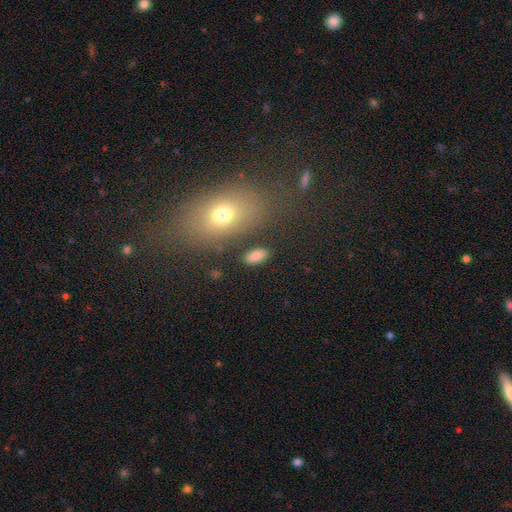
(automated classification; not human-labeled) Smooth or featured? smooth (82%)
How rounded? in between (91%)
Merging? none (84%)